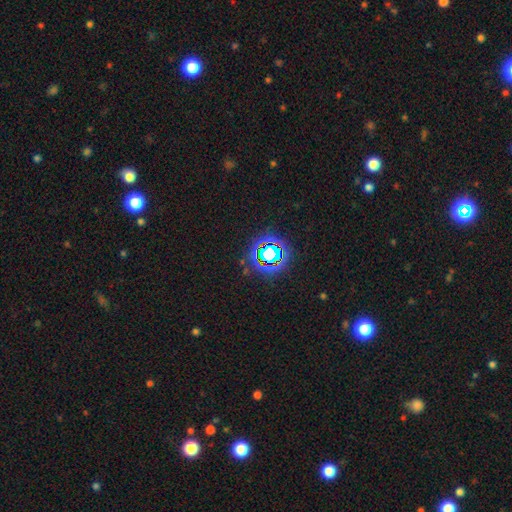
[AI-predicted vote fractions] A star or artifact, not a galaxy (80%).